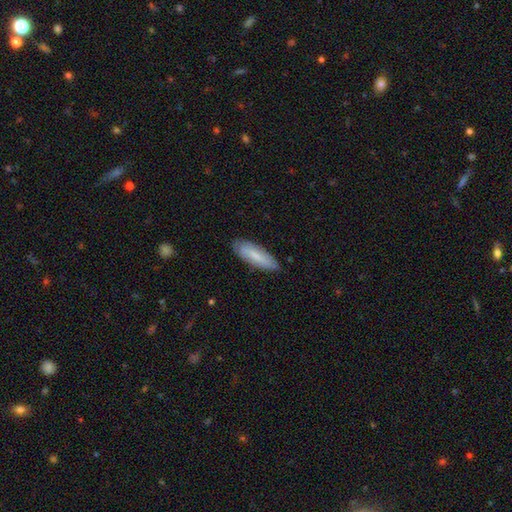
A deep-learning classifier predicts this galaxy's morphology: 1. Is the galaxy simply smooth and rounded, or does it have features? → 69% smooth, 25% featured or disk, 6% star or artifact.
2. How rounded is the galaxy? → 53% in between, 45% cigar-shaped, 2% round.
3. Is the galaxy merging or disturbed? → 80% none, 16% minor disturbance, 3% major disturbance, 1% merger.